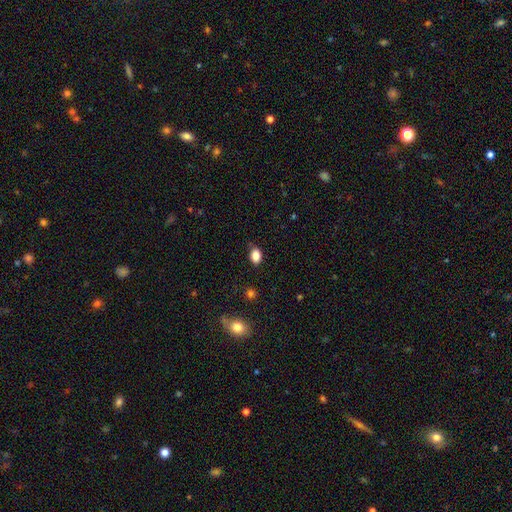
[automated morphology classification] Smooth or featured: smooth — 86% (star or artifact — 10%)
How rounded: in between — 77% (round — 22%)
Merging: none — 79% (minor disturbance — 17%)